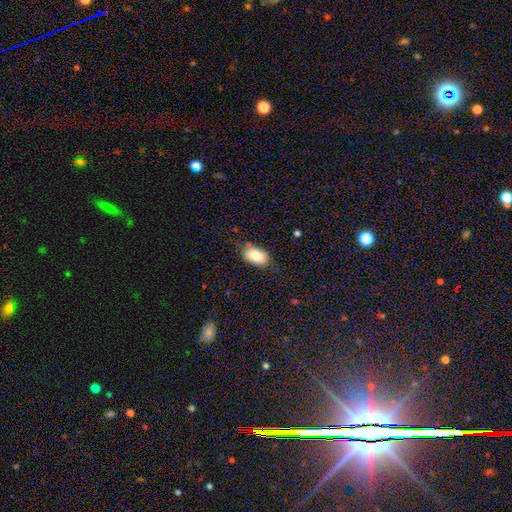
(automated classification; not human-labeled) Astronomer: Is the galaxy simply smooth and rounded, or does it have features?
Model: smooth — 85%.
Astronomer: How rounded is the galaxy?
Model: in between — 90%.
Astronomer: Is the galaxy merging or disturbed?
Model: none — 76%.